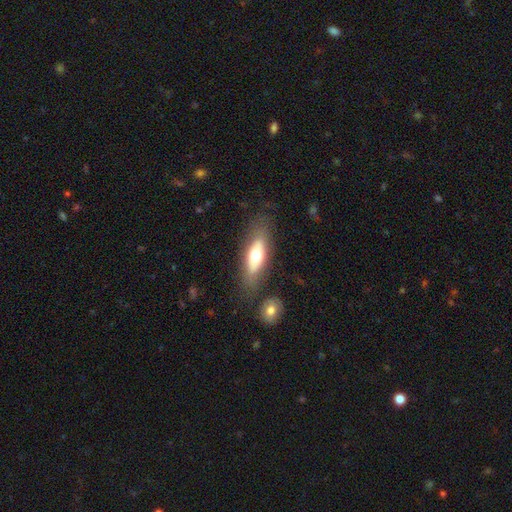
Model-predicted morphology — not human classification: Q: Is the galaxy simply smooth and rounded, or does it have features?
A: smooth — 58%.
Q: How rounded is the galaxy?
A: in between — 62%.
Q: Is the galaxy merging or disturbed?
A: none — 76%.